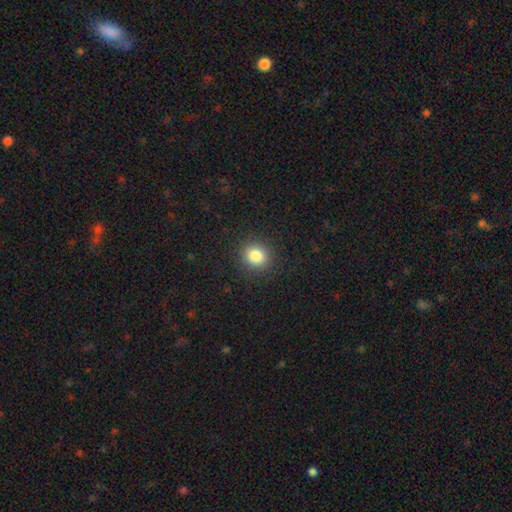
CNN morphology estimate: Overall: smooth (84%). How rounded: round (81%). Merging: none (89%).